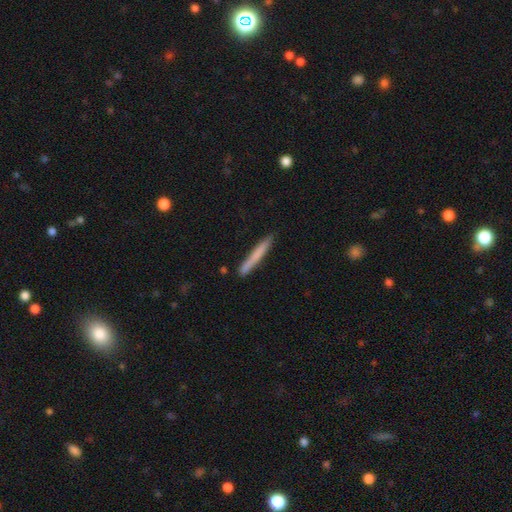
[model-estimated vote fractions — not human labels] Overall: smooth (70%). How rounded: cigar-shaped (97%). Merging: none (87%).